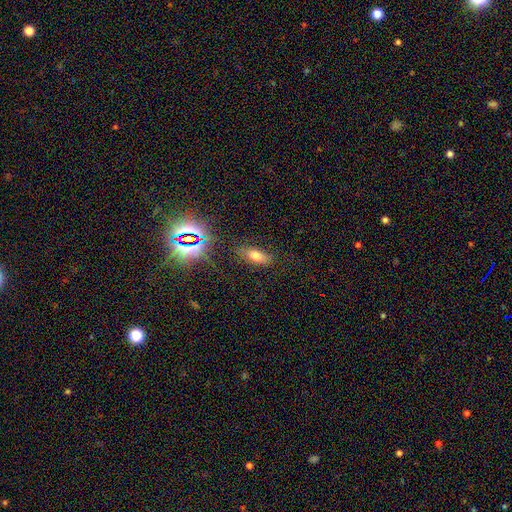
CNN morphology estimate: Smooth or featured: smooth — 62% (star or artifact — 21%)
How rounded: in between — 70% (cigar-shaped — 24%)
Merging: none — 80% (minor disturbance — 13%)